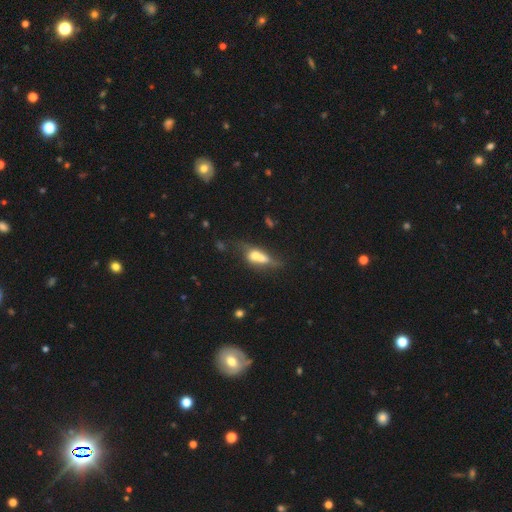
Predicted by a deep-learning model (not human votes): Smooth or featured?
  - smooth: 53% *
  - featured or disk: 36%
  - star or artifact: 10%
How rounded?
  - in between: 64% *
  - cigar-shaped: 24%
  - round: 12%
Merging?
  - merger: 52% *
  - none: 23%
  - minor disturbance: 13%
  - major disturbance: 13%